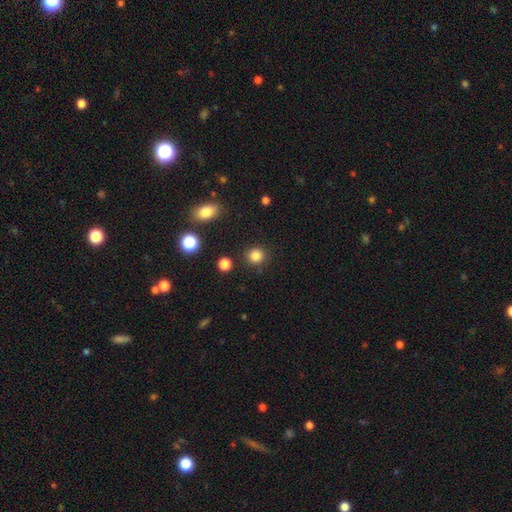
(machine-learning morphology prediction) This appears to be a smooth galaxy with no disk features (84%) that is round (91%). Merging: none (89%).